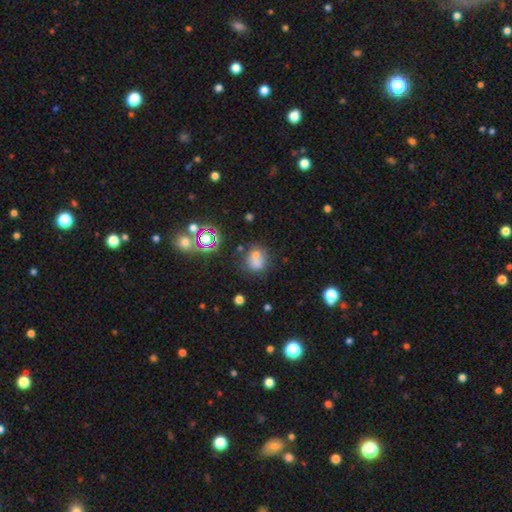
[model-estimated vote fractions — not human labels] Smooth or featured?
  - smooth: 61% *
  - star or artifact: 24%
  - featured or disk: 15%
How rounded?
  - round: 74% *
  - in between: 25%
  - cigar-shaped: 1%
Merging?
  - none: 50% *
  - merger: 29%
  - minor disturbance: 14%
  - major disturbance: 7%